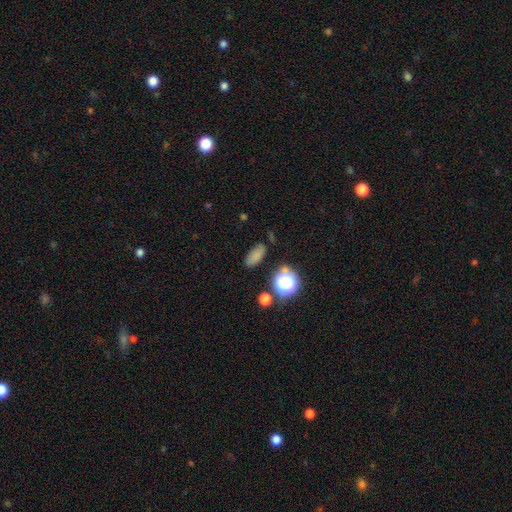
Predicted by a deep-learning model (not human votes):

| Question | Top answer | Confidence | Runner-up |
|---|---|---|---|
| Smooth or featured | smooth | 75% | star or artifact (17%) |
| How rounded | in between | 82% | round (11%) |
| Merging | none | 78% | minor disturbance (14%) |